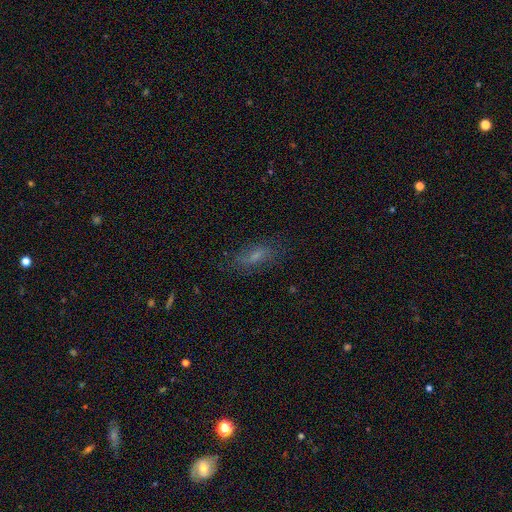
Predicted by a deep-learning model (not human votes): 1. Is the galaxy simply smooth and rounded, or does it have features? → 51% smooth, 33% featured or disk, 16% star or artifact.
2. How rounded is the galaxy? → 66% in between, 28% cigar-shaped, 6% round.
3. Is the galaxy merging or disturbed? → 73% none, 18% minor disturbance, 7% major disturbance, 2% merger.